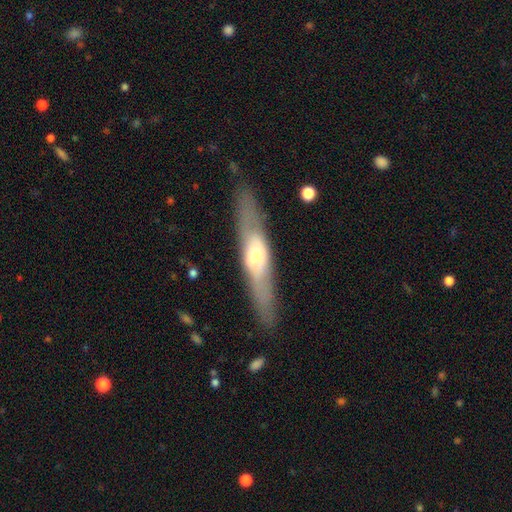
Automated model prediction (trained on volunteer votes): Smooth or featured? featured or disk (60%)
Edge-on disk? yes (71%)
Merging? none (83%)